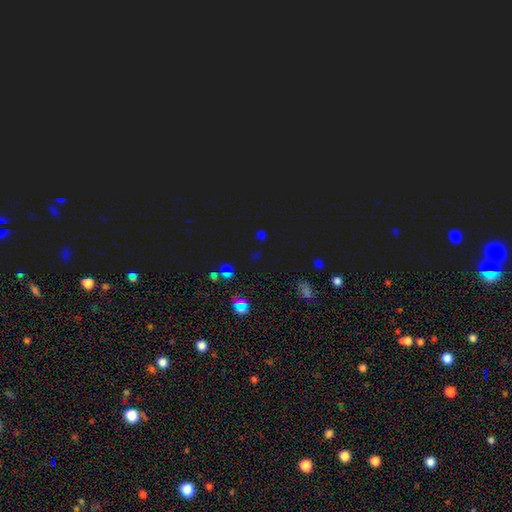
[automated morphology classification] smooth-or-featured: star or artifact: 66% | smooth: 27% | featured or disk: 7%